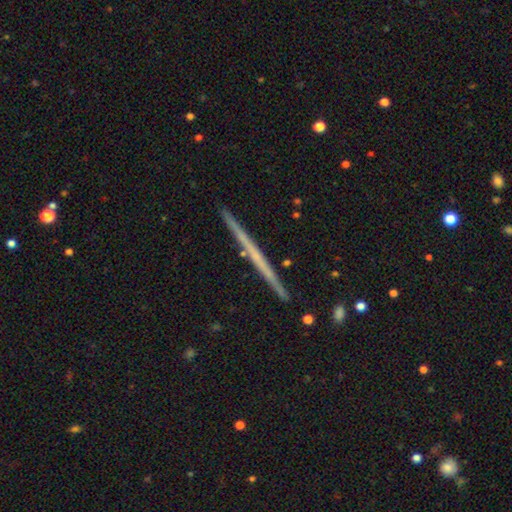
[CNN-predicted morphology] Q: Smooth or featured?
A: featured or disk (65%); runner-up: smooth (28%)
Q: Edge-on disk?
A: yes (98%); runner-up: no (2%)
Q: Edge-on bulge?
A: none (88%); runner-up: rounded (8%)
Q: Merging?
A: none (92%); runner-up: minor disturbance (6%)